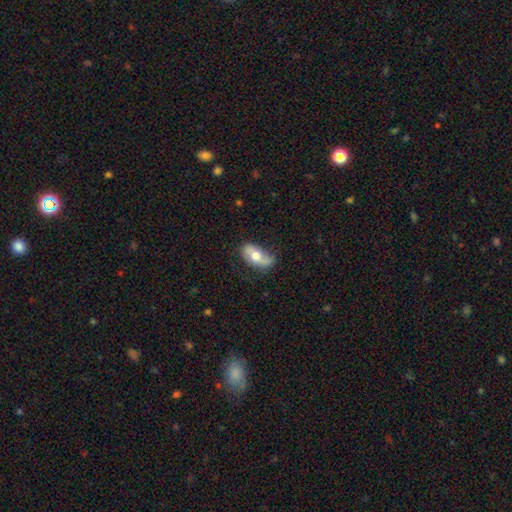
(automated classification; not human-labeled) Morphology: type=smooth (48%); merging=none (63%).